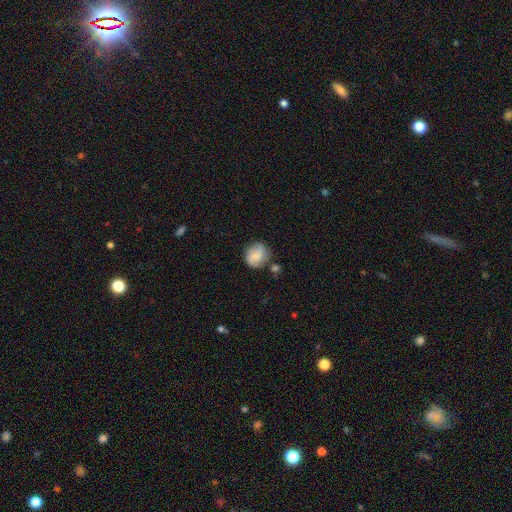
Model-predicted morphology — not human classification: type=smooth (61%); roundness=round (78%); merging=none (62%).